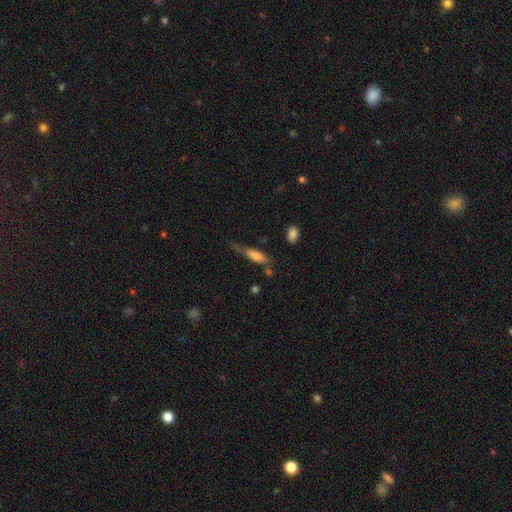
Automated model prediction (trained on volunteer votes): Smooth or featured? smooth (68%)
How rounded? cigar-shaped (63%)
Merging? none (39%)